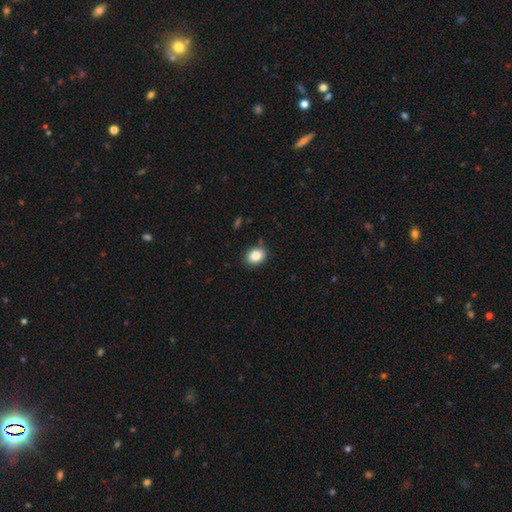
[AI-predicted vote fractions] This is clearly a smooth galaxy (86%). How rounded: likely in between (62%). Merging: clearly none (85%).